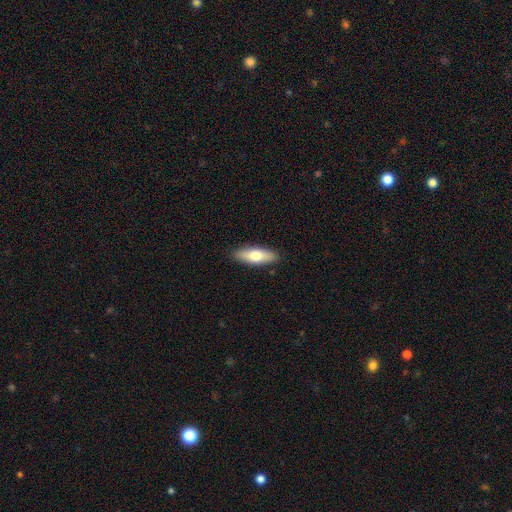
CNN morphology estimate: smooth-or-featured: smooth: 68% | featured or disk: 27% | star or artifact: 6%
  how-rounded: in between: 58% | cigar-shaped: 40% | round: 2%
  merging: none: 89% | minor disturbance: 8% | major disturbance: 2% | merger: 1%